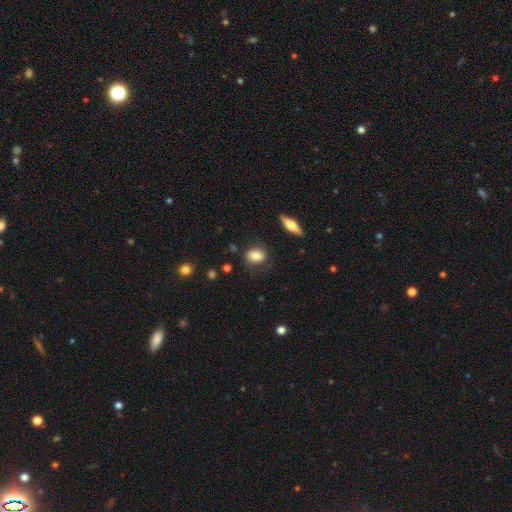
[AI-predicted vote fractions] Smooth or featured? smooth (79%)
How rounded? in between (66%)
Merging? none (71%)